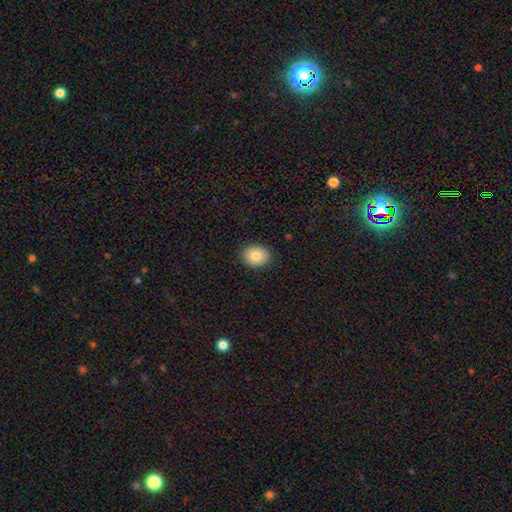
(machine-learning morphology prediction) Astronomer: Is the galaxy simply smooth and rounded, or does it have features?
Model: smooth — 81%.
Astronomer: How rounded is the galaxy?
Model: round — 55% (runner-up: in between, 45%).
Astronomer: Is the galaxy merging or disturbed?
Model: none — 89%.